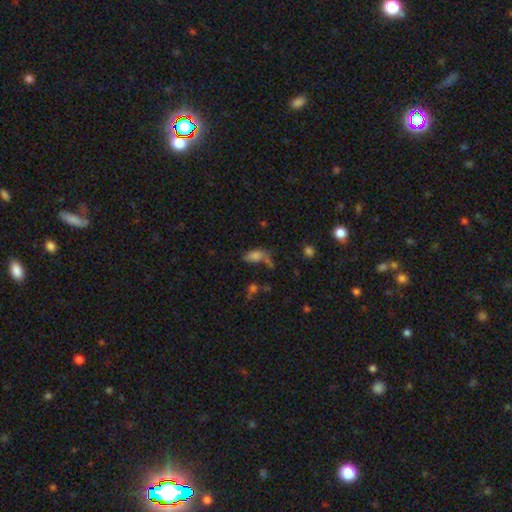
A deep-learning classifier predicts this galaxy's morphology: smooth-or-featured: smooth: 76% | star or artifact: 14% | featured or disk: 11%
  how-rounded: in between: 87% | cigar-shaped: 8% | round: 5%
  merging: none: 48% | minor disturbance: 21% | merger: 20% | major disturbance: 11%